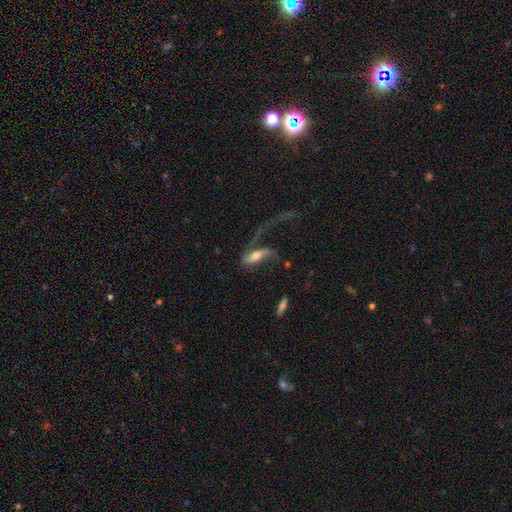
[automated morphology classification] Q: Smooth or featured?
A: featured or disk (54%); runner-up: smooth (38%)
Q: Edge-on disk?
A: no (77%); runner-up: yes (23%)
Q: Merging?
A: major disturbance (62%); runner-up: none (18%)